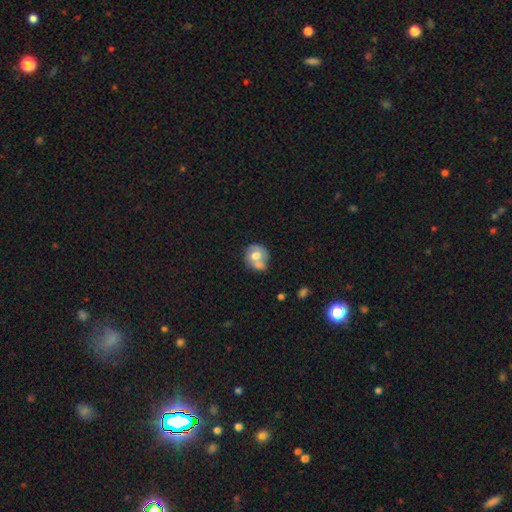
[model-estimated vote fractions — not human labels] smooth-or-featured: smooth: 61% | featured or disk: 32% | star or artifact: 7%
  how-rounded: round: 74% | in between: 25% | cigar-shaped: 1%
  merging: merger: 41% | none: 37% | minor disturbance: 16% | major disturbance: 6%